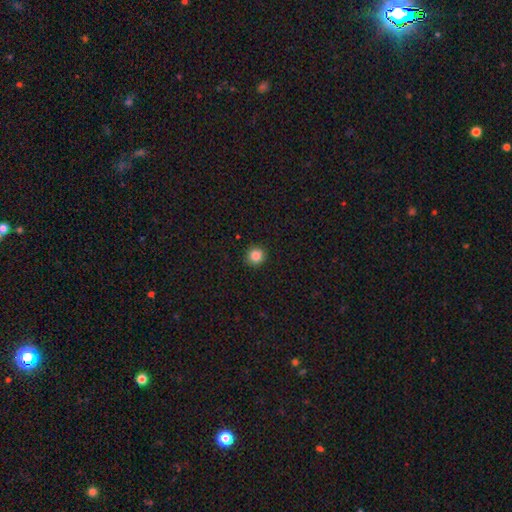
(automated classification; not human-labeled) Overall: smooth (86%). How rounded: round (92%). Merging: none (91%).